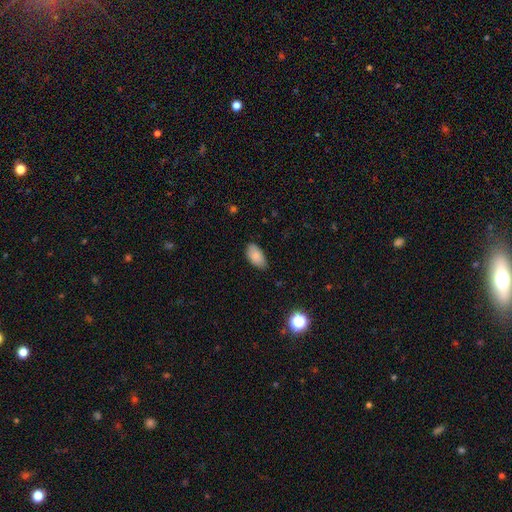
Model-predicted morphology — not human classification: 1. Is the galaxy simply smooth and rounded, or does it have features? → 83% smooth, 9% featured or disk, 8% star or artifact.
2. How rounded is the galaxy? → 94% in between, 4% round, 2% cigar-shaped.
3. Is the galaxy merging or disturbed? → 74% none, 22% minor disturbance, 3% major disturbance, 1% merger.